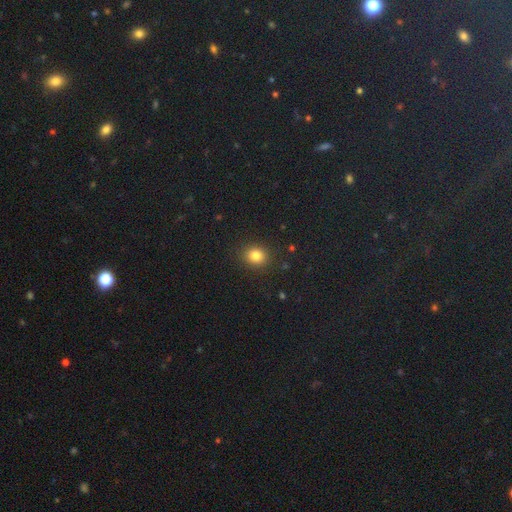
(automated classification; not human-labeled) smooth_or_featured: smooth (p=0.82) [alt: star or artifact p=0.13]
how_rounded: round (p=0.73) [alt: in between p=0.26]
merging: none (p=0.89) [alt: minor disturbance p=0.07]